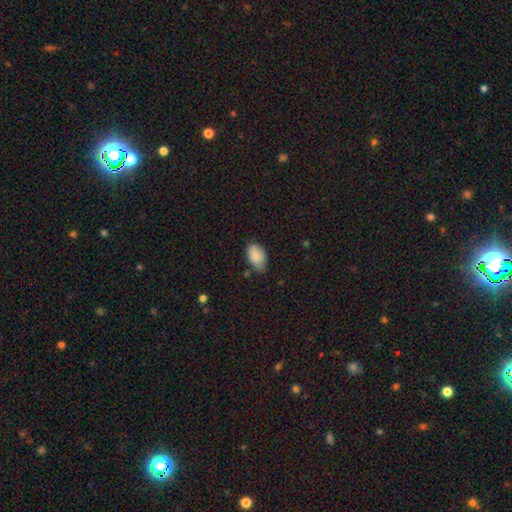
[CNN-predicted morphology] type=smooth (85%); roundness=in between (91%); merging=none (59%).